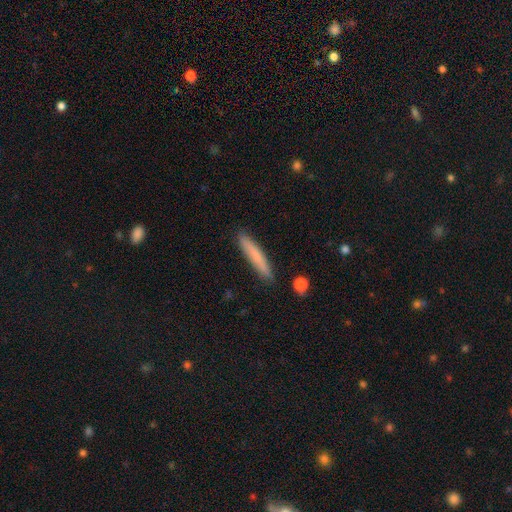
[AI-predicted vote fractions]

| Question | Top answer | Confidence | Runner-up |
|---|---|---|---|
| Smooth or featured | smooth | 77% | featured or disk (17%) |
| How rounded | cigar-shaped | 95% | in between (4%) |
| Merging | none | 89% | minor disturbance (8%) |